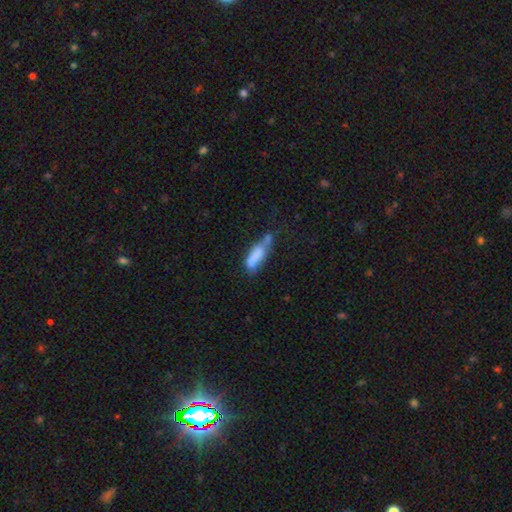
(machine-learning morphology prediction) Smooth or featured? smooth (71%)
How rounded? in between (55%)
Merging? minor disturbance (30%)